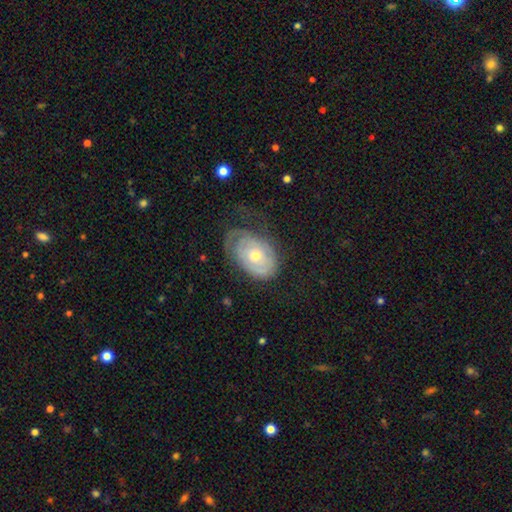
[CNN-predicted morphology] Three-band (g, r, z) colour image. It shows a featured or disk galaxy (63%) with no bar (82%), spiral arms (70%) and a moderate central bulge (55%). Merging: none (46%).